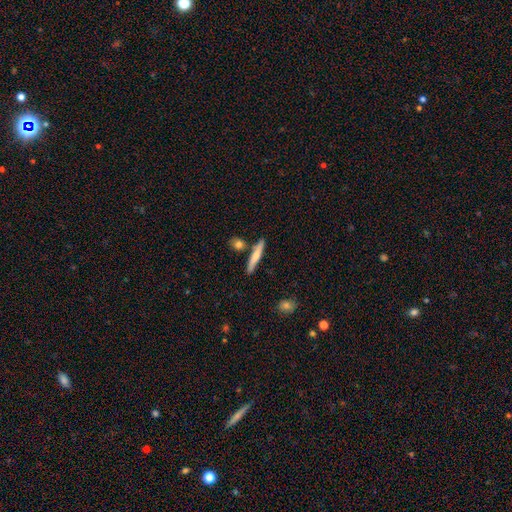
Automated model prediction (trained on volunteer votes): Smooth or featured: smooth — 59% (featured or disk — 35%)
How rounded: cigar-shaped — 91% (in between — 7%)
Merging: none — 80% (minor disturbance — 10%)